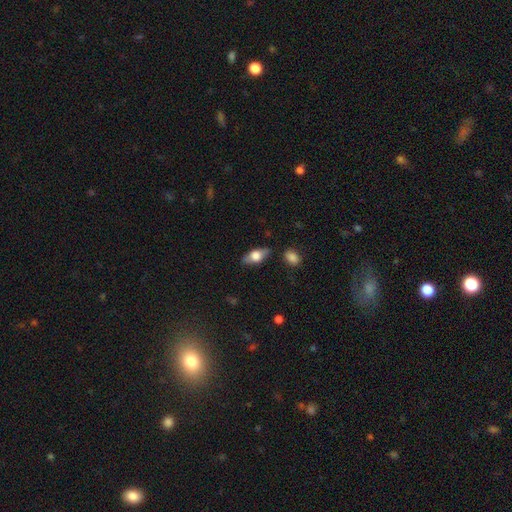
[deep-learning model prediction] Smooth or featured? smooth (60%)
How rounded? in between (81%)
Merging? none (81%)